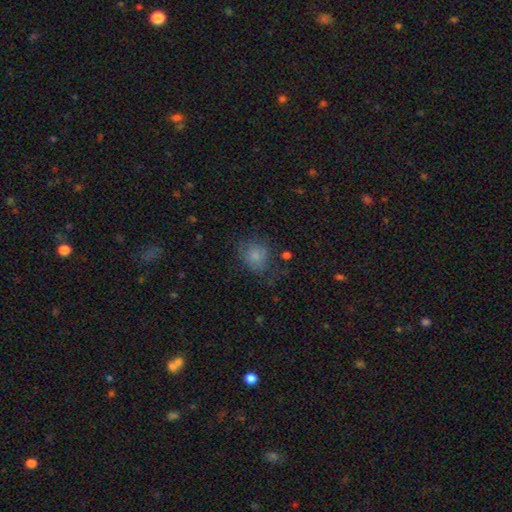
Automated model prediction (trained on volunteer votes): This appears to be a smooth galaxy with no disk features (79%) that is round (75%). Merging: none (59%).